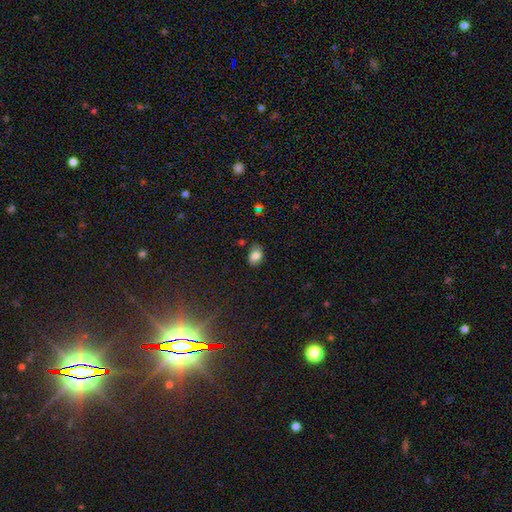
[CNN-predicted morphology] Smooth or featured? Predicted: smooth (p=0.82). How rounded? Predicted: in between (p=0.76). Merging? Predicted: none (p=0.77).